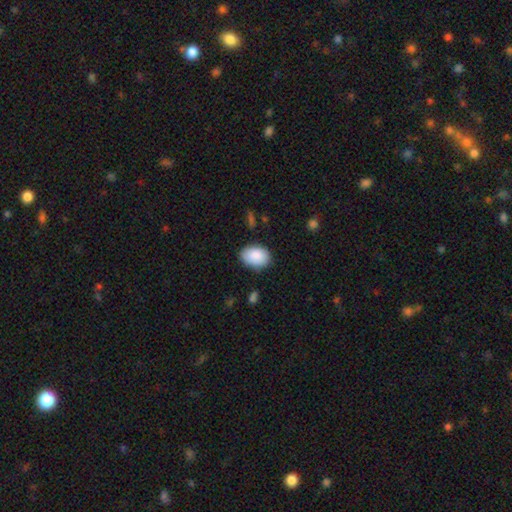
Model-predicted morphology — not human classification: smooth 89%, star or artifact 6%, featured or disk 5%. Down the decision tree: how rounded — in between (84%); merging — none (81%).